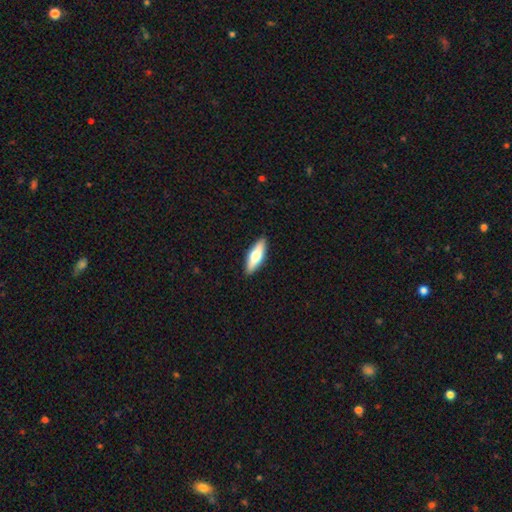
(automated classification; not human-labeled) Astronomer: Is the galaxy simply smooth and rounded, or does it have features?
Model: smooth — 58% (runner-up: featured or disk, 37%).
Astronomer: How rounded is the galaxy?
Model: in between — 51% (runner-up: cigar-shaped, 46%).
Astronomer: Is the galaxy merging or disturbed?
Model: none — 90%.